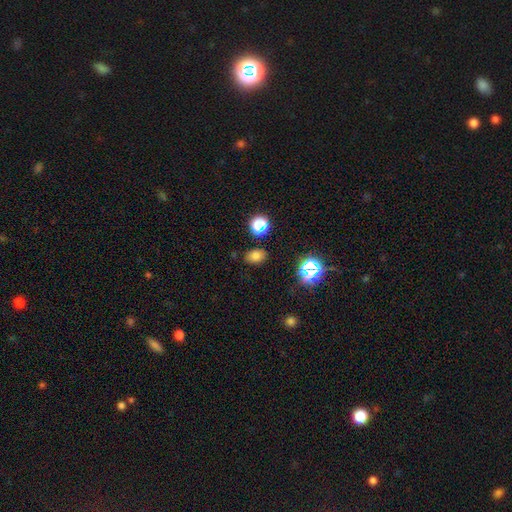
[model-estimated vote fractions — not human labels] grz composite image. It shows a smooth galaxy with no disk features (74%) that is in between round and cigar-shaped (70%). Merging: none (84%).